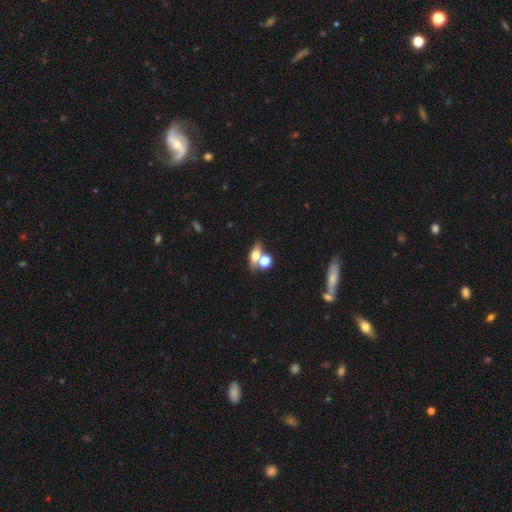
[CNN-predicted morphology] The model was most divided on "merging": none: 50%, merger: 34%, minor disturbance: 11%, major disturbance: 5%. More confident: smooth or featured — smooth (59%); how rounded — in between (56%).